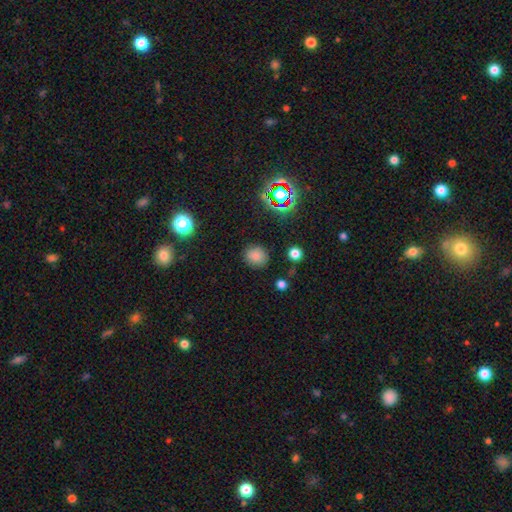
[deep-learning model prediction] This is likely a smooth galaxy (78%). How rounded: clearly round (82%). Merging: clearly none (86%).